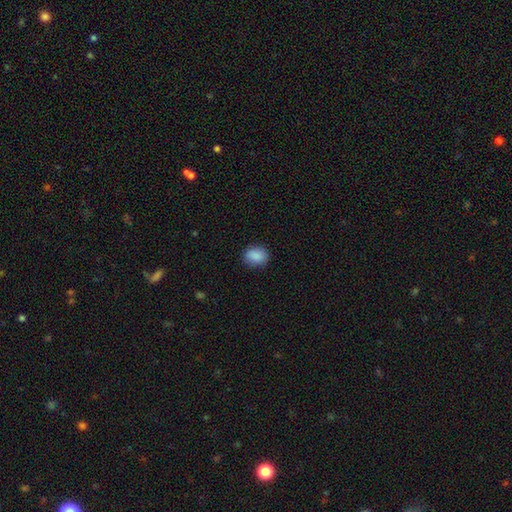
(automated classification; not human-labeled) smooth_or_featured: smooth (p=0.89) [alt: star or artifact p=0.08]
how_rounded: in between (p=0.53) [alt: round p=0.46]
merging: none (p=0.86) [alt: minor disturbance p=0.11]